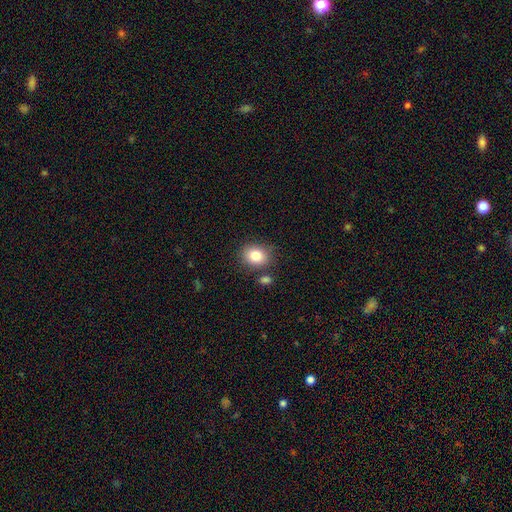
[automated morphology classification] Smooth or featured? Predicted: smooth (p=0.83). How rounded? Predicted: in between (p=0.50). Merging? Predicted: none (p=0.76).